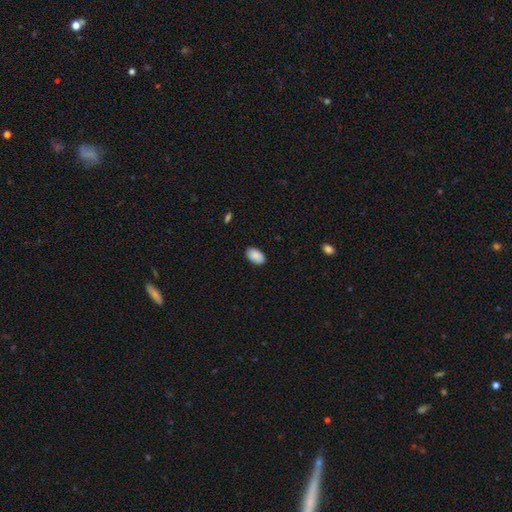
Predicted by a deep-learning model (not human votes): A smooth galaxy with no disk features (88%) that is in between round and cigar-shaped (94%). Merging: none (87%).